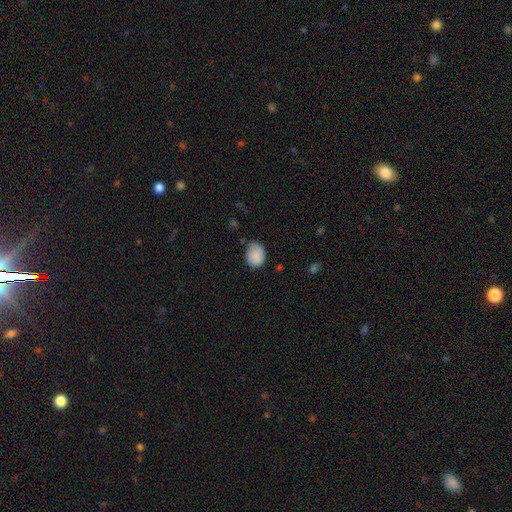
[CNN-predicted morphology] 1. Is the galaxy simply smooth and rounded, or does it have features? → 88% smooth, 7% star or artifact, 5% featured or disk.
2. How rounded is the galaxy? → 63% in between, 36% round, 1% cigar-shaped.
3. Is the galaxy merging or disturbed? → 60% none, 32% minor disturbance, 6% major disturbance, 3% merger.